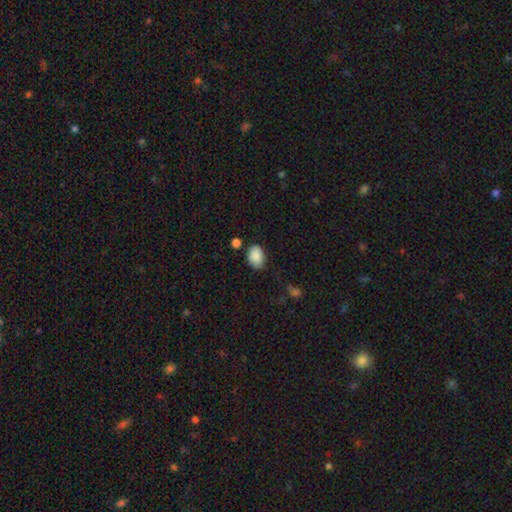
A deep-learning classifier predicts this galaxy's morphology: The model was most divided on "merging": none: 75%, minor disturbance: 17%, merger: 4%, major disturbance: 4%. More confident: smooth or featured — smooth (88%); how rounded — in between (84%).